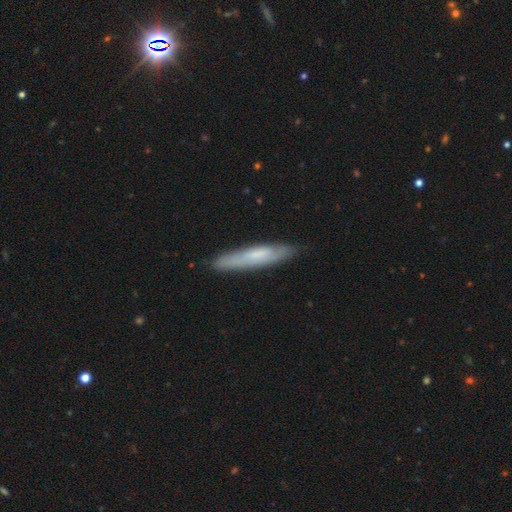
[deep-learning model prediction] This appears to be a smooth galaxy with no disk features (55%) that is cigar-shaped (89%). Merging: none (84%).